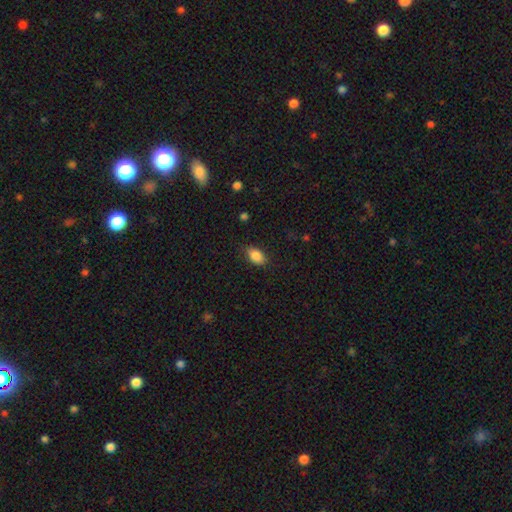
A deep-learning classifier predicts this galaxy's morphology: smooth_or_featured: smooth (p=0.87) [alt: star or artifact p=0.08]
how_rounded: in between (p=0.88) [alt: round p=0.10]
merging: none (p=0.82) [alt: minor disturbance p=0.14]